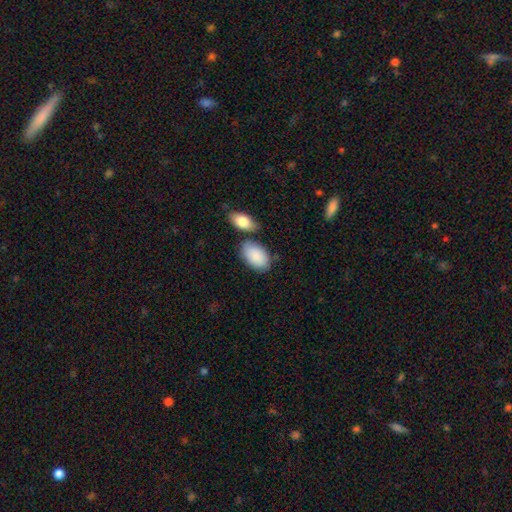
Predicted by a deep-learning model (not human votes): Q: Smooth or featured?
A: smooth (88%); runner-up: featured or disk (6%)
Q: How rounded?
A: in between (94%); runner-up: round (5%)
Q: Merging?
A: none (63%); runner-up: merger (16%)